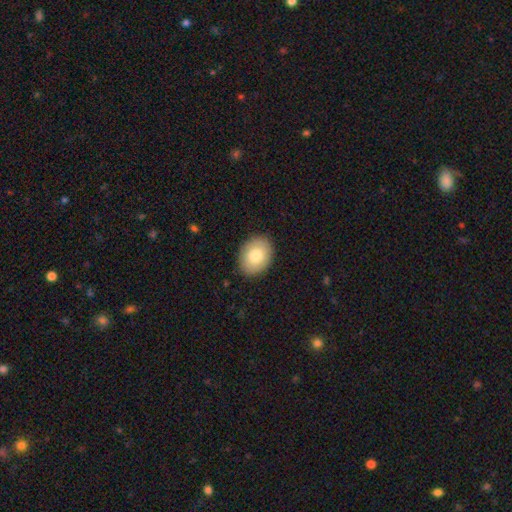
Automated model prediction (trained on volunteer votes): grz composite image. It shows a smooth galaxy with no disk features (80%) that is in between round and cigar-shaped (64%). Merging: none (89%).